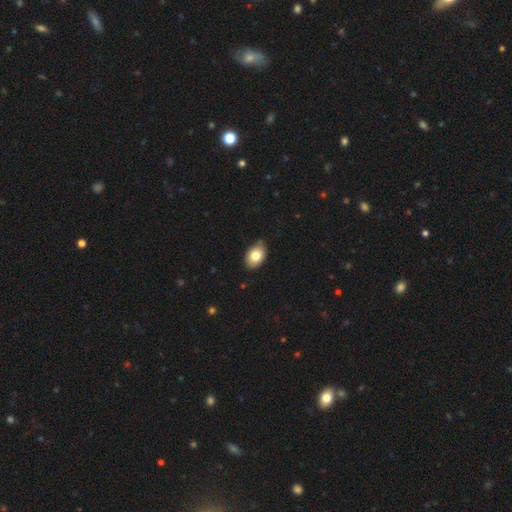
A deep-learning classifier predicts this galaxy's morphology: Q: Smooth or featured?
A: smooth (81%); runner-up: featured or disk (12%)
Q: How rounded?
A: in between (87%); runner-up: round (12%)
Q: Merging?
A: none (82%); runner-up: minor disturbance (15%)